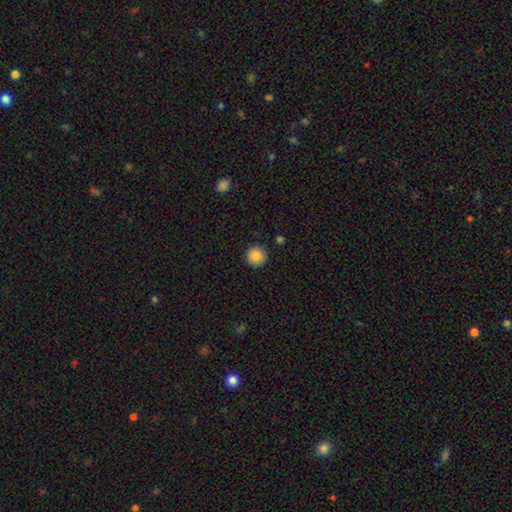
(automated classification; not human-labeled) This appears to be a smooth galaxy with no disk features (87%) that is round (95%). Merging: none (92%).